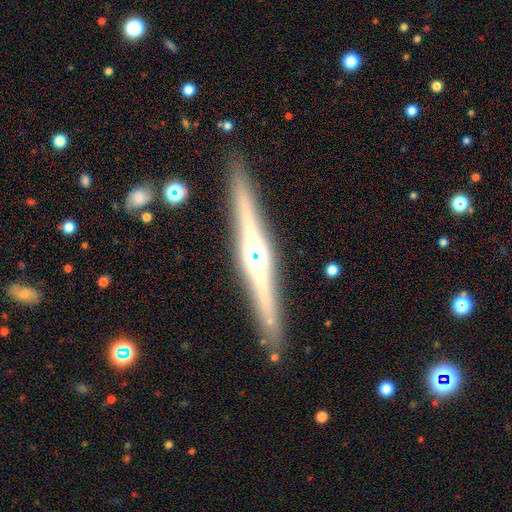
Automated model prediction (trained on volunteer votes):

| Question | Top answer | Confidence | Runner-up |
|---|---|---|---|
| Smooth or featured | featured or disk | 83% | smooth (11%) |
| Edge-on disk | yes | 98% | no (2%) |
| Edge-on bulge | rounded | 75% | boxy (16%) |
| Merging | none | 91% | minor disturbance (6%) |